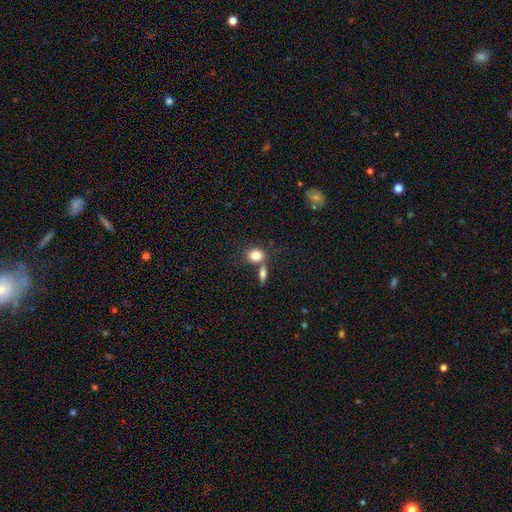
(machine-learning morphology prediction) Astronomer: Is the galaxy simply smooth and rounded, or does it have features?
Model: smooth — 82%.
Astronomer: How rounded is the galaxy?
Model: round — 50% (runner-up: in between, 48%).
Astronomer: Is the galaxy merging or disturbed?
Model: none — 51% (runner-up: merger, 33%).